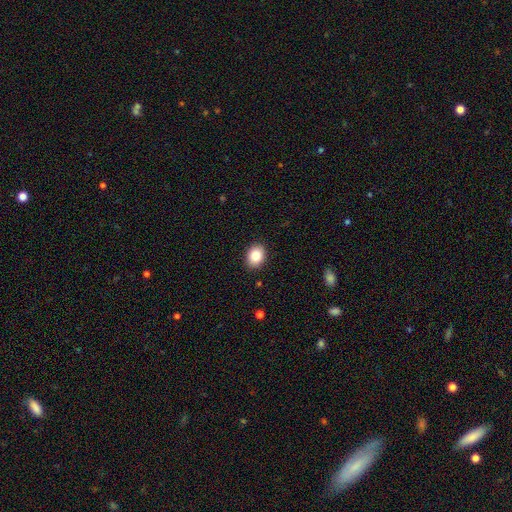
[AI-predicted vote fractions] Morphology: type=smooth (85%); roundness=in between (60%); merging=none (90%).